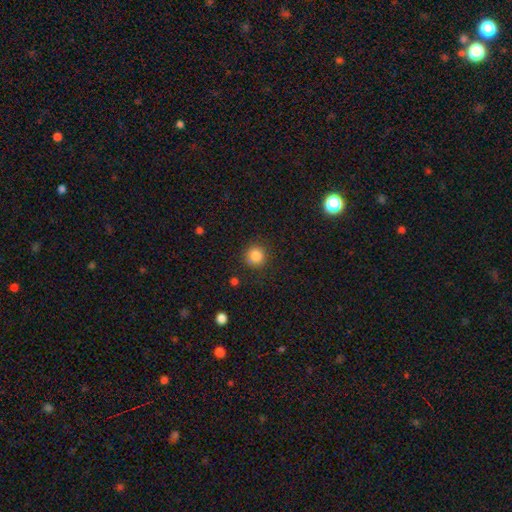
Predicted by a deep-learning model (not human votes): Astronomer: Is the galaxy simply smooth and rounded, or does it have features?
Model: smooth — 85%.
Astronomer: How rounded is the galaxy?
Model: round — 92%.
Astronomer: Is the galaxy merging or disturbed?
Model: none — 85%.